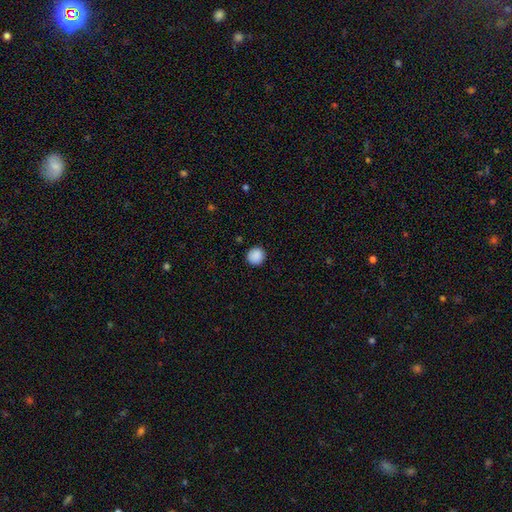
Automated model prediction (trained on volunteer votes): Smooth or featured? Predicted: smooth (p=0.89). How rounded? Predicted: round (p=0.93). Merging? Predicted: none (p=0.91).